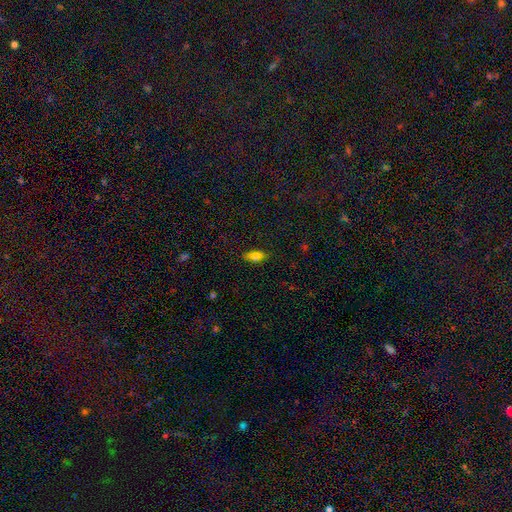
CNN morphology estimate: Smooth or featured: smooth — 66% (star or artifact — 19%)
How rounded: in between — 81% (cigar-shaped — 13%)
Merging: none — 78% (minor disturbance — 15%)